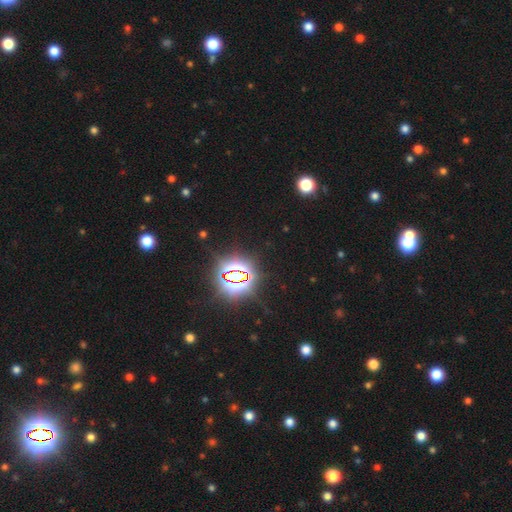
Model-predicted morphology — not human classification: Overall: star or artifact (81%).